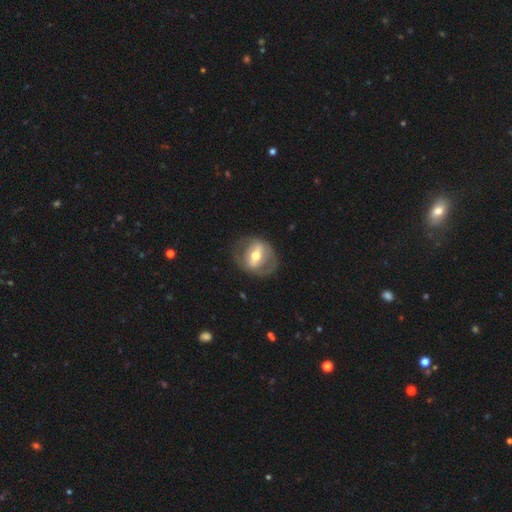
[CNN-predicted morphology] smooth_or_featured: featured or disk (p=0.63) [alt: smooth p=0.30]
disk_edge_on: no (p=0.89) [alt: yes p=0.11]
bar: strong (p=0.56) [alt: weak p=0.27]
has_spiral_arms: no (p=0.68) [alt: yes p=0.32]
bulge_size: moderate (p=0.71) [alt: small p=0.14]
merging: none (p=0.73) [alt: minor disturbance p=0.16]